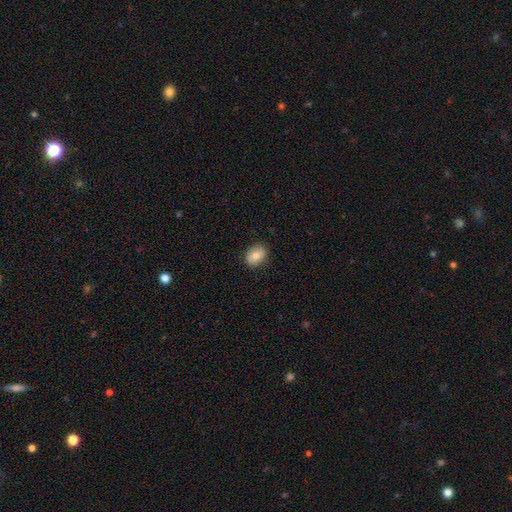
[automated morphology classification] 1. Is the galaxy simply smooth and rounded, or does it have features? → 76% smooth, 16% featured or disk, 8% star or artifact.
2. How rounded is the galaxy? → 72% in between, 27% round, 1% cigar-shaped.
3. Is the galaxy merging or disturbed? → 86% none, 11% minor disturbance, 2% major disturbance, 1% merger.